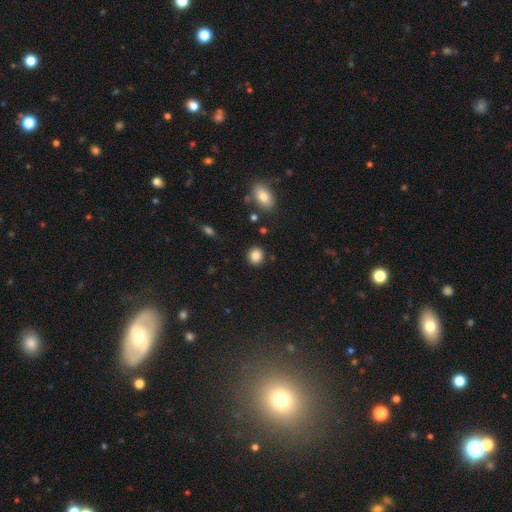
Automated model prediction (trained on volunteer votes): Smooth or featured? Predicted: smooth (p=0.86). How rounded? Predicted: round (p=0.79). Merging? Predicted: none (p=0.89).